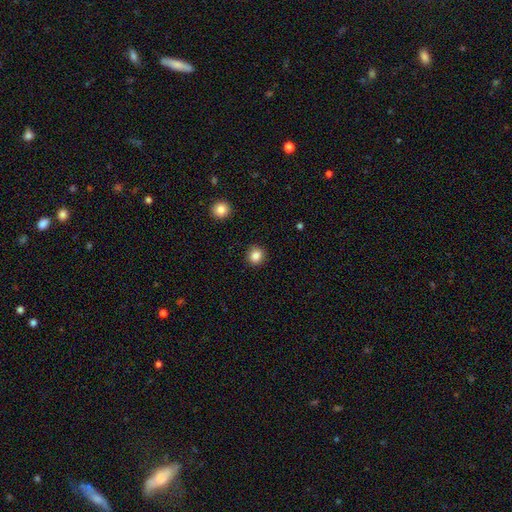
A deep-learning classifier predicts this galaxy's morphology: The model was most divided on "smooth or featured": smooth: 85%, star or artifact: 11%, featured or disk: 4%. More confident: merging — none (91%); how rounded — round (89%).